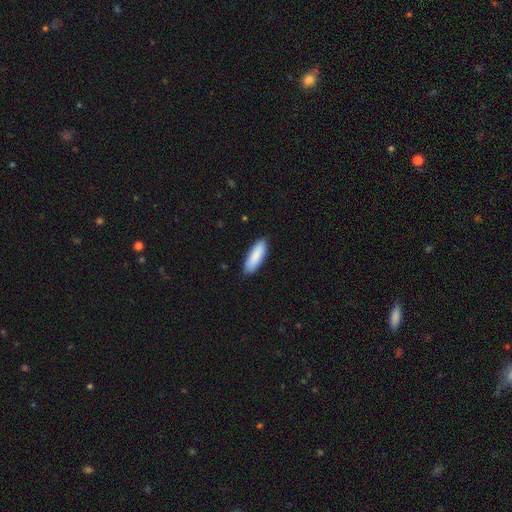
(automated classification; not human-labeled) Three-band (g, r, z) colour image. It shows a smooth galaxy with no disk features (89%) that is in between round and cigar-shaped (59%). Merging: none (87%).